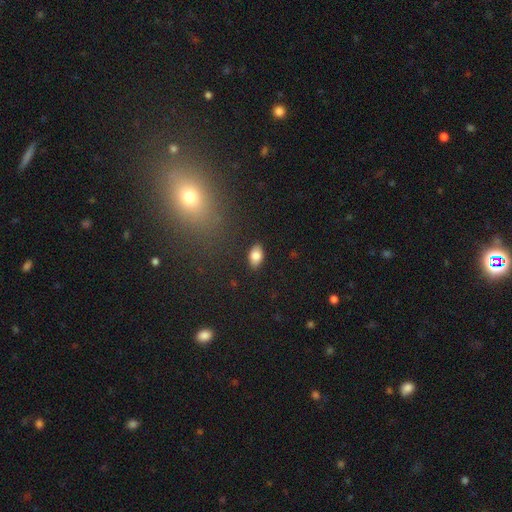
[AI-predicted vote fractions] The model was most divided on "smooth or featured": smooth: 83%, featured or disk: 9%, star or artifact: 8%. More confident: how rounded — in between (92%); merging — none (88%).